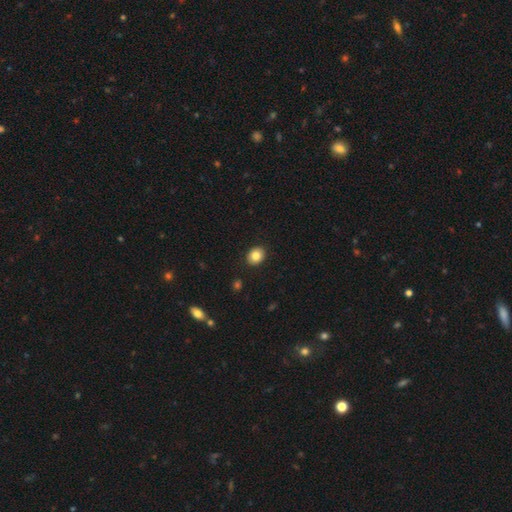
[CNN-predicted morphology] smooth 84%, star or artifact 9%, featured or disk 7%. Down the decision tree: how rounded — round (56%); merging — none (90%).